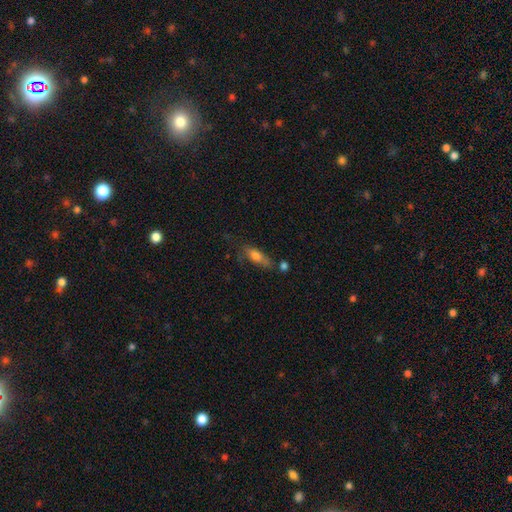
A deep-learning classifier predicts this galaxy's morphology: A smooth galaxy with no disk features (68%) that is in between round and cigar-shaped (62%).

Vote fractions:
- Smooth or featured? smooth: 68% / featured or disk: 23% / star or artifact: 9%
- How rounded? in between: 62% / cigar-shaped: 33% / round: 4%
- Merging? none: 50% / minor disturbance: 27% / major disturbance: 13% / merger: 11%